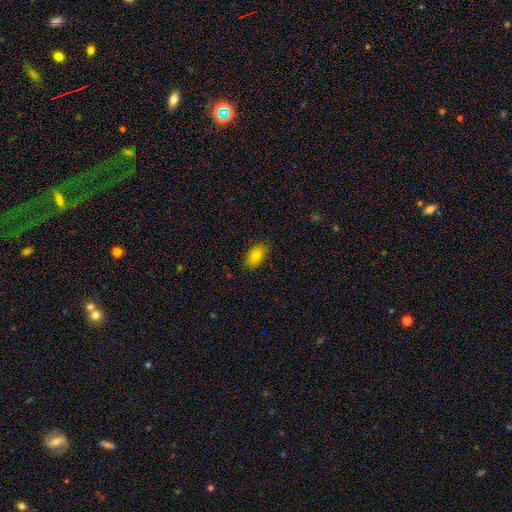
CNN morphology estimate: smooth-or-featured: smooth: 80% | featured or disk: 11% | star or artifact: 9%
  how-rounded: in between: 91% | round: 6% | cigar-shaped: 2%
  merging: none: 86% | minor disturbance: 11% | major disturbance: 2% | merger: 1%